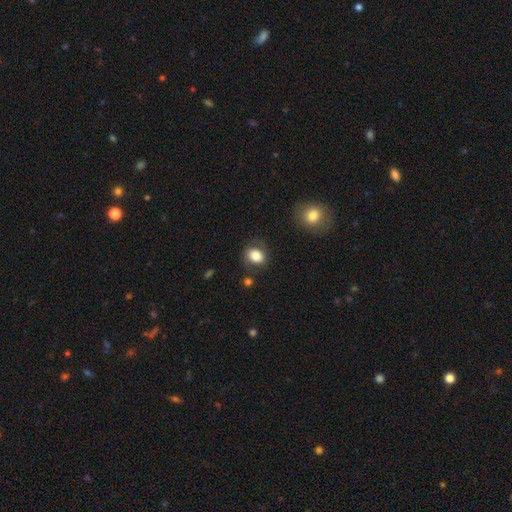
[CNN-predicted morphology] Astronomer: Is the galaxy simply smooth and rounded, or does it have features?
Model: smooth — 81%.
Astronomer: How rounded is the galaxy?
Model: round — 50% (runner-up: in between, 49%).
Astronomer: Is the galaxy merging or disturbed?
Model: none — 74%.